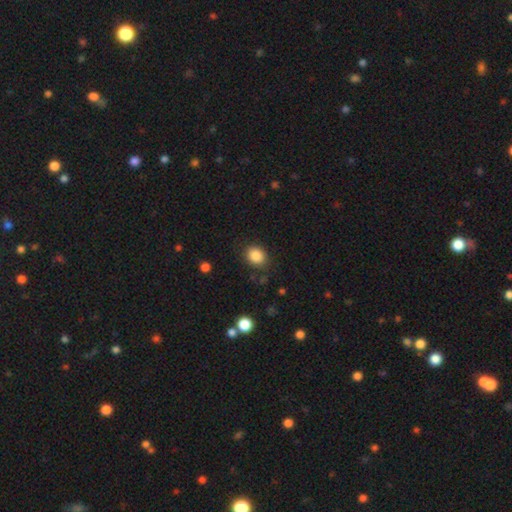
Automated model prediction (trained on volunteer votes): The model was most divided on "how rounded": round: 60%, in between: 39%, cigar-shaped: 1%. More confident: smooth or featured — smooth (86%); merging — none (85%).